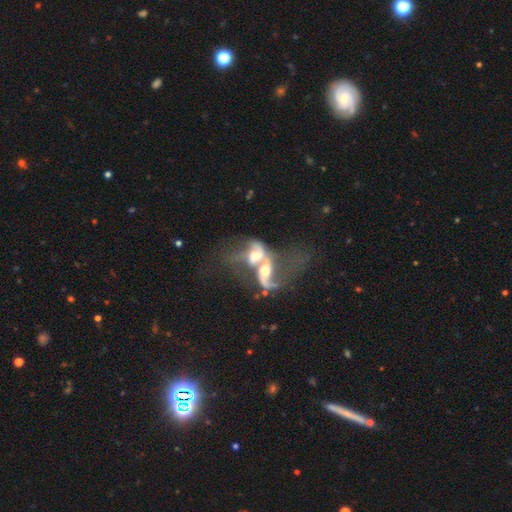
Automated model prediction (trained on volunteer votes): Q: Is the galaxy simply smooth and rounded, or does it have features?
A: featured or disk — 75%.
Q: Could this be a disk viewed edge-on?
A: no — 96%.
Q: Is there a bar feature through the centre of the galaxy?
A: no — 54%.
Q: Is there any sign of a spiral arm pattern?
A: yes — 79%.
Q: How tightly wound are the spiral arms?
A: loose — 72%.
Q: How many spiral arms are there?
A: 2 — 63%.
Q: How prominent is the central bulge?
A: moderate — 59%.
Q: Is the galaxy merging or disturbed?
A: merger — 82%.